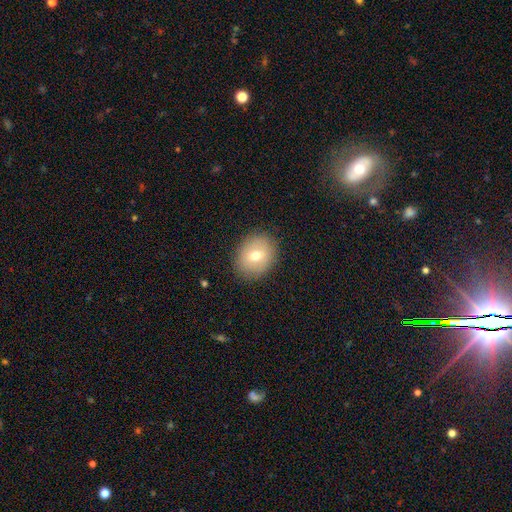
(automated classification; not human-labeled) Smooth or featured? smooth (69%)
How rounded? round (56%)
Merging? none (87%)